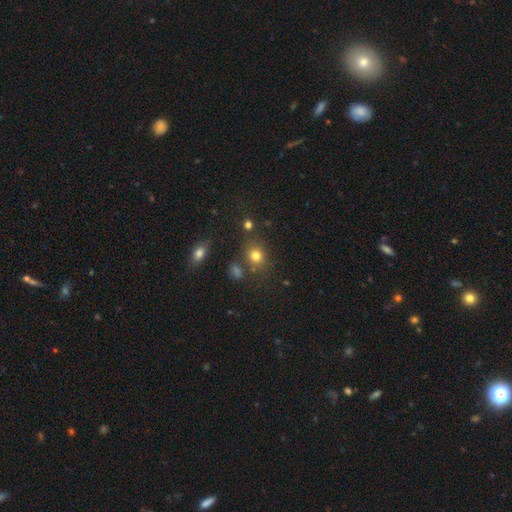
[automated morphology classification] Smooth or featured? smooth (77%)
How rounded? round (69%)
Merging? none (72%)